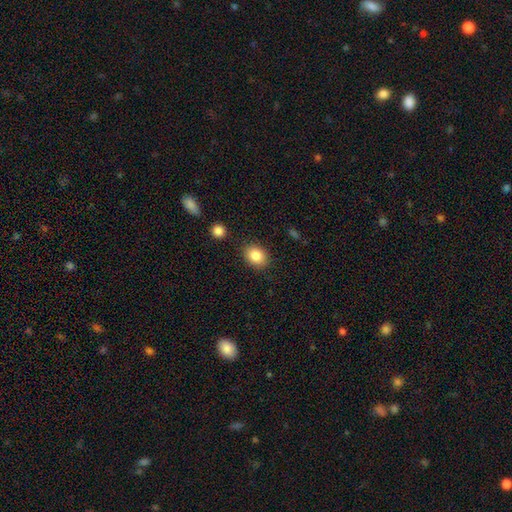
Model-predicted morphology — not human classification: This is clearly a smooth galaxy (85%). How rounded: possibly in between (58%). Merging: clearly none (86%).